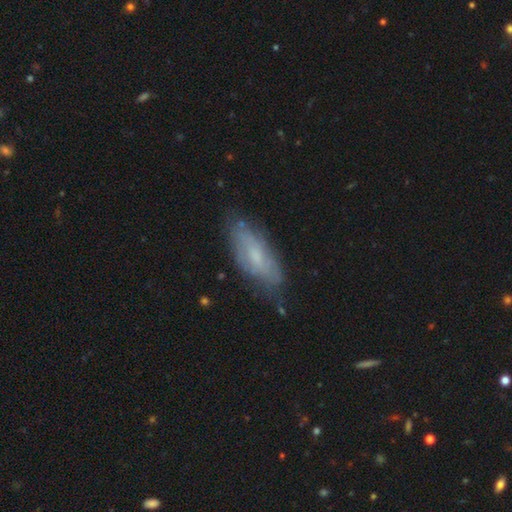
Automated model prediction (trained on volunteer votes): This appears to be a smooth galaxy with no disk features (47%). Merging: none (66%).